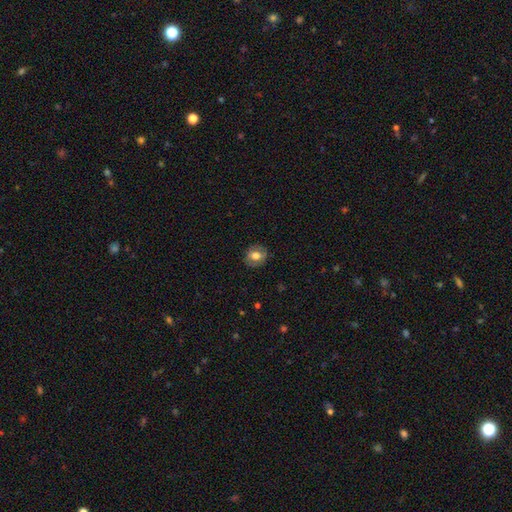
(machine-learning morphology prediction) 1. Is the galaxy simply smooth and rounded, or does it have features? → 68% smooth, 24% featured or disk, 8% star or artifact.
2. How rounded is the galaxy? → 74% round, 25% in between, 1% cigar-shaped.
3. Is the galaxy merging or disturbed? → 85% none, 11% minor disturbance, 3% major disturbance, 1% merger.